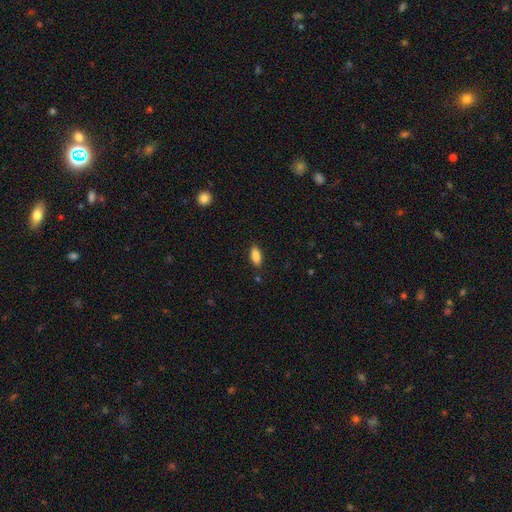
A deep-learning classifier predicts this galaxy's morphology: Smooth or featured?
  - smooth: 87% *
  - star or artifact: 8%
  - featured or disk: 6%
How rounded?
  - in between: 86% *
  - cigar-shaped: 11%
  - round: 2%
Merging?
  - none: 86% *
  - minor disturbance: 10%
  - major disturbance: 2%
  - merger: 2%